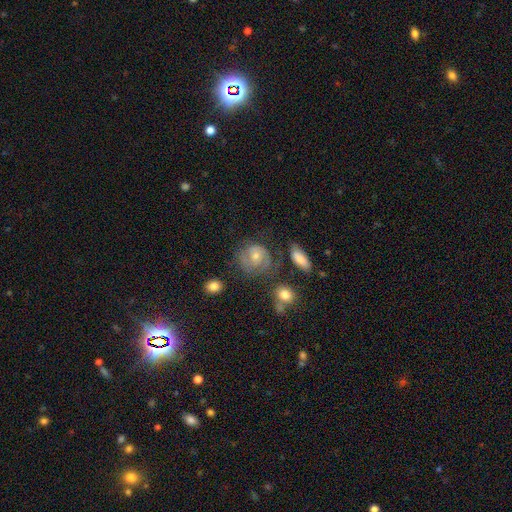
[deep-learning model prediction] A featured or disk galaxy (65%) with no bar (70%), 2 (47%) tight (61%) spiral arms (86%) and a moderate central bulge (49%).

Vote fractions:
- Smooth or featured? featured or disk: 65% / smooth: 24% / star or artifact: 11%
- Edge-on disk? no: 97% / yes: 3%
- Bar? no: 70% / weak: 25% / strong: 5%
- Spiral arms? yes: 86% / no: 14%
- Spiral winding? tight: 61% / medium: 31% / loose: 9%
- Spiral arm count? 2: 47% / can't tell: 31% / 3: 9% / 1: 6% / 4: 3% / more than 4: 3%
- Bulge size? moderate: 49% / small: 44% / large: 3% / none: 3% / dominant: 1%
- Merging? none: 63% / minor disturbance: 20% / major disturbance: 11% / merger: 5%